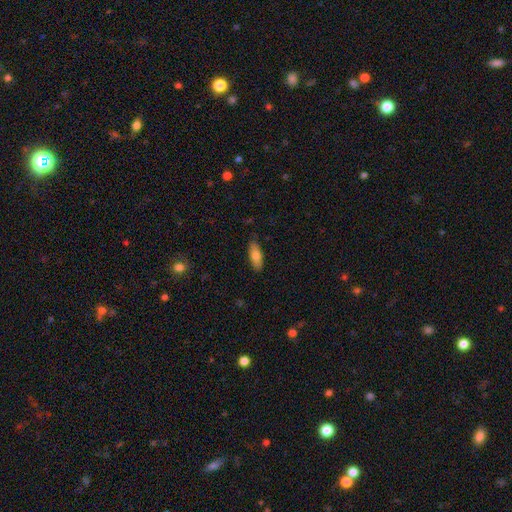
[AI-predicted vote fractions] A smooth galaxy with no disk features (76%) that is in between round and cigar-shaped (69%).

Vote fractions:
- Smooth or featured? smooth: 76% / featured or disk: 18% / star or artifact: 6%
- How rounded? in between: 69% / cigar-shaped: 29% / round: 2%
- Merging? none: 85% / minor disturbance: 12% / major disturbance: 2% / merger: 1%